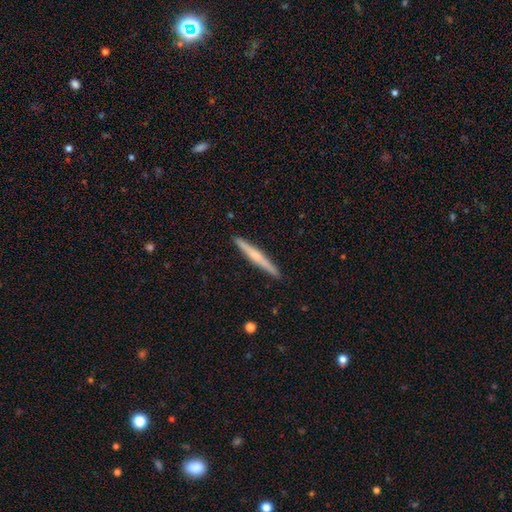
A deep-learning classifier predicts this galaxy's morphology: Overall: featured or disk (50%; smooth 45%). Merging: none (92%).